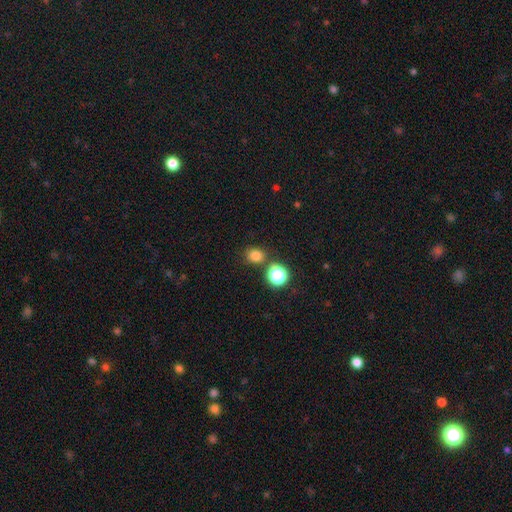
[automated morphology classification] A smooth galaxy with no disk features (77%) that is round (65%).

Vote fractions:
- Smooth or featured? smooth: 77% / star or artifact: 17% / featured or disk: 5%
- How rounded? round: 65% / in between: 35% / cigar-shaped: 1%
- Merging? none: 76% / minor disturbance: 11% / merger: 10% / major disturbance: 3%